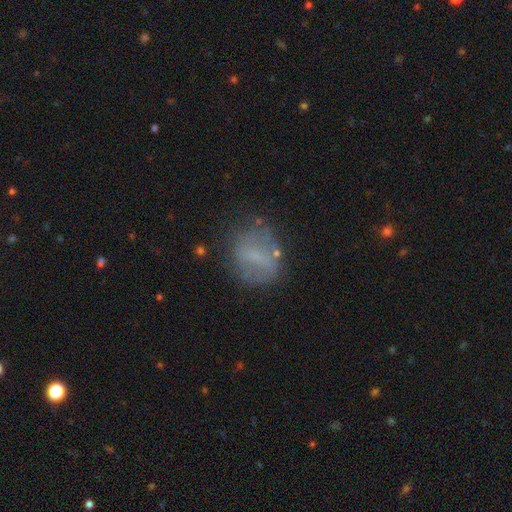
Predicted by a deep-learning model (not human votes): This appears to be a smooth galaxy with no disk features (48%). Merging: none (63%).